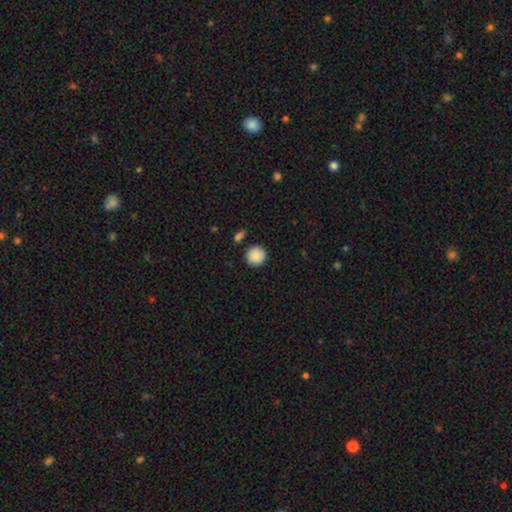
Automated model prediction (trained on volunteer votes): This appears to be a smooth galaxy with no disk features (89%) that is round (94%). Merging: none (88%).